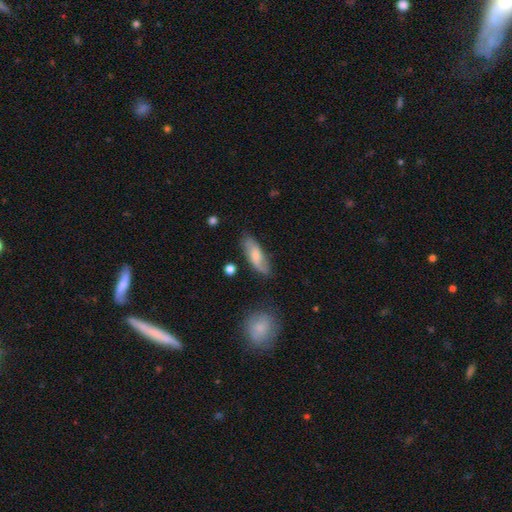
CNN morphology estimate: Overall: smooth (58%; featured or disk 35%). How rounded: in between (68%; cigar-shaped 29%). Merging: none (73%).